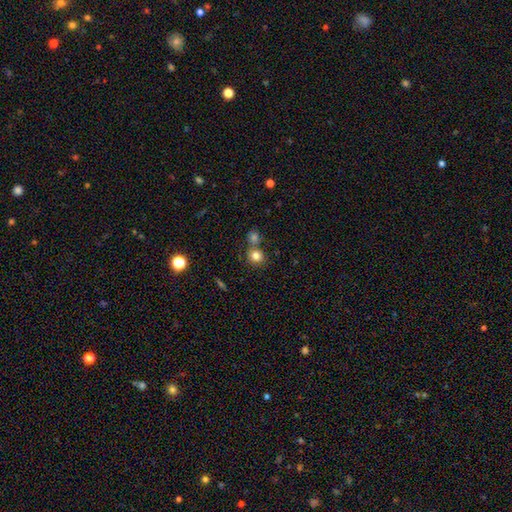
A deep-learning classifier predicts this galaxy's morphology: type=smooth (79%); roundness=round (84%); merging=none (62%).